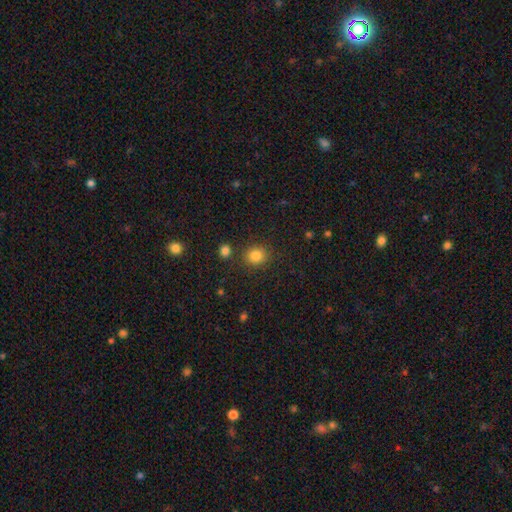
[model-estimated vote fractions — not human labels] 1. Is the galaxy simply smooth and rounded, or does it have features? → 83% smooth, 12% star or artifact, 5% featured or disk.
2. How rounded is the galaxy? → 79% round, 20% in between, 1% cigar-shaped.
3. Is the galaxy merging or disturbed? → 84% none, 8% minor disturbance, 4% merger, 3% major disturbance.